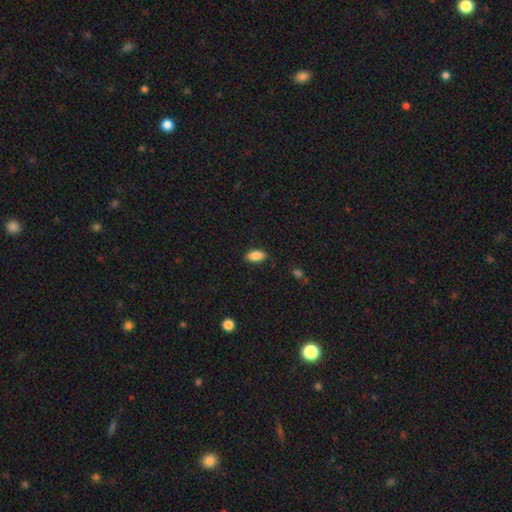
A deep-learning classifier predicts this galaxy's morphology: This appears to be a smooth galaxy with no disk features (87%) that is in between round and cigar-shaped (91%). Merging: none (85%).